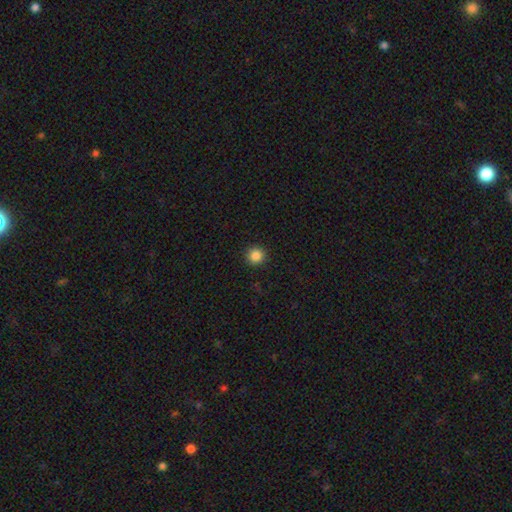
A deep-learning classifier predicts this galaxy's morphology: Smooth or featured? Predicted: smooth (p=0.86). How rounded? Predicted: round (p=0.95). Merging? Predicted: none (p=0.93).